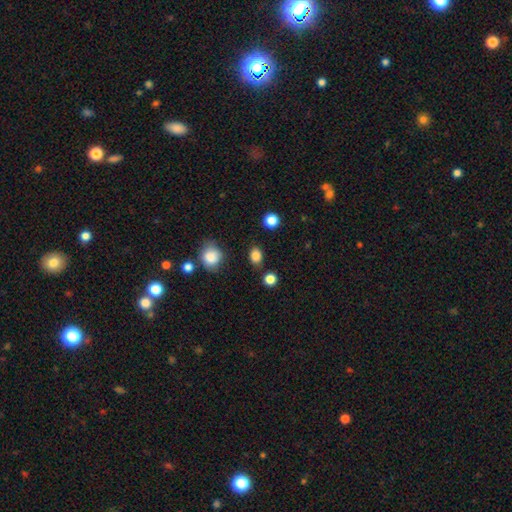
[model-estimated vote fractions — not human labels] Q: Smooth or featured?
A: smooth (85%); runner-up: star or artifact (11%)
Q: How rounded?
A: in between (55%); runner-up: round (44%)
Q: Merging?
A: none (84%); runner-up: minor disturbance (10%)